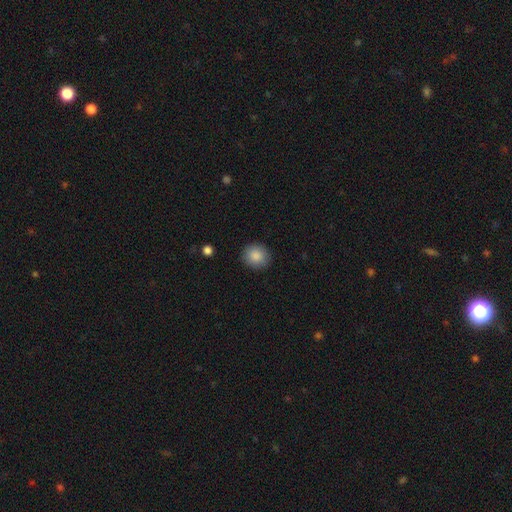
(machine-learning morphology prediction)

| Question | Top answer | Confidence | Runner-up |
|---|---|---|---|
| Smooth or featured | smooth | 87% | star or artifact (8%) |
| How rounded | round | 84% | in between (15%) |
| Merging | none | 89% | minor disturbance (8%) |